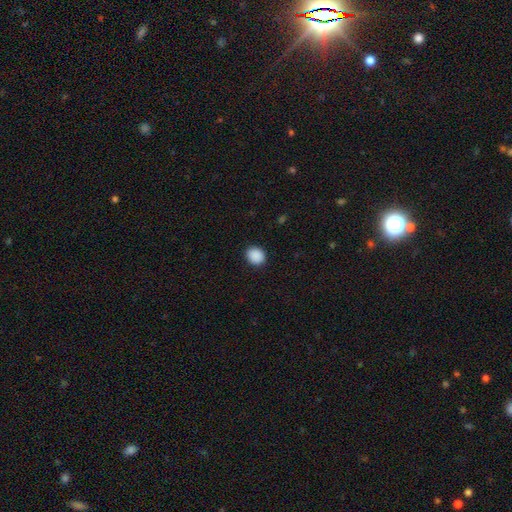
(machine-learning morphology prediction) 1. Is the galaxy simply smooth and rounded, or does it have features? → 90% smooth, 8% star or artifact, 2% featured or disk.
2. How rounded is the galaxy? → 65% round, 34% in between, 1% cigar-shaped.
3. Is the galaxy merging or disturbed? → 90% none, 7% minor disturbance, 2% major disturbance, 1% merger.